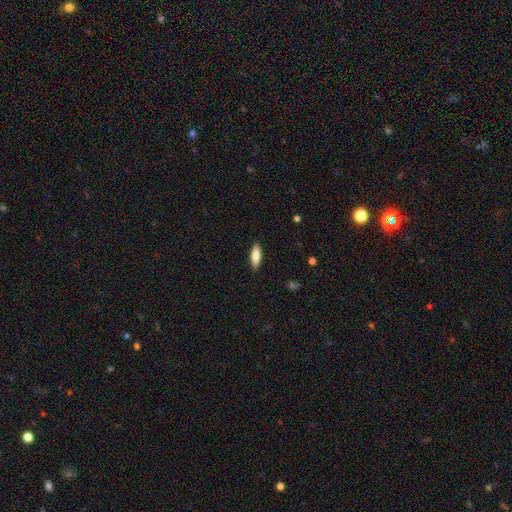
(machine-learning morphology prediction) This appears to be a smooth galaxy with no disk features (80%) that is in between round and cigar-shaped (51%). Merging: none (88%).